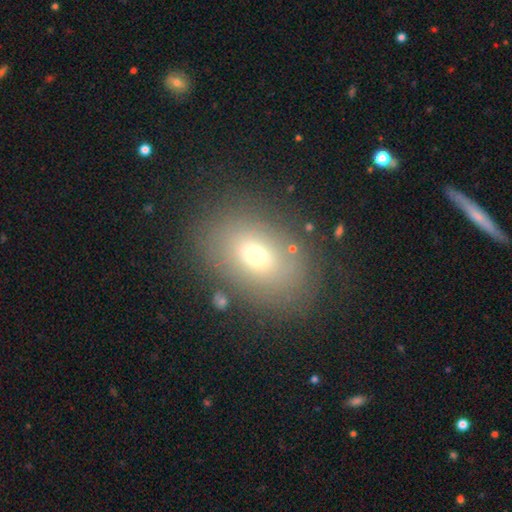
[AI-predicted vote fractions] Smooth or featured? Predicted: smooth (p=0.64). How rounded? Predicted: in between (p=0.78). Merging? Predicted: none (p=0.80).